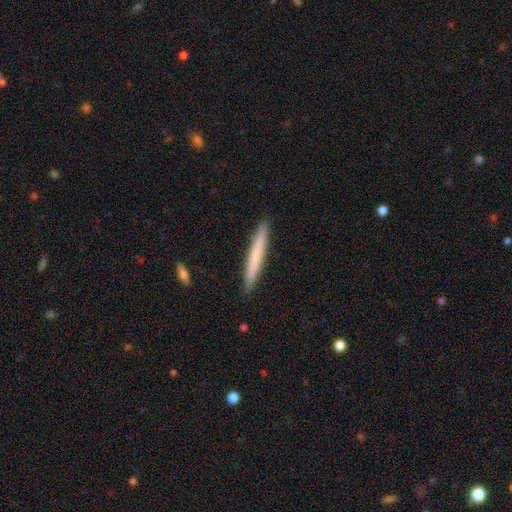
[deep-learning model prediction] This appears to be a smooth galaxy with no disk features (70%) that is cigar-shaped (97%). Merging: none (92%).